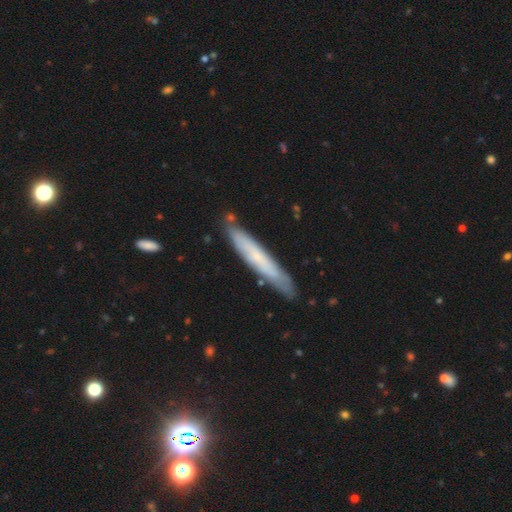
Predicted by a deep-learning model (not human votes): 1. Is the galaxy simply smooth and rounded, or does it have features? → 48% featured or disk, 42% smooth, 10% star or artifact.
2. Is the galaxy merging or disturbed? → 83% none, 13% minor disturbance, 2% major disturbance, 2% merger.